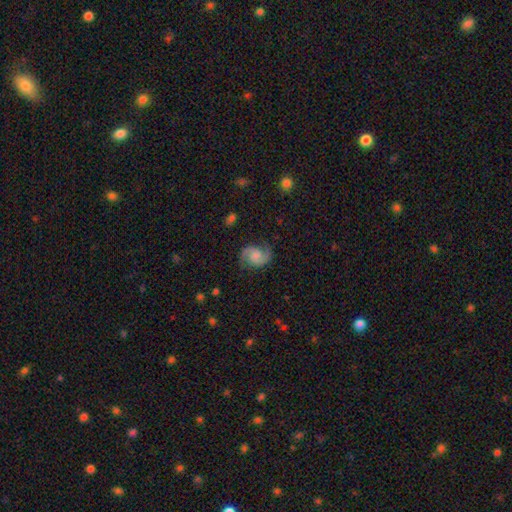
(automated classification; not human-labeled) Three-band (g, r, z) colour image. It shows a featured or disk galaxy (84%) with no bar (59%), 2 (93%) medium (56%) spiral arms (97%) and no central bulge (36%). Merging: none (78%).